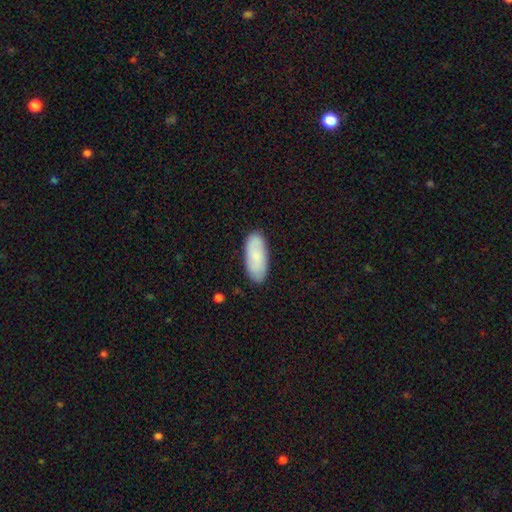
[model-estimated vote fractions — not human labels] Morphology: type=smooth (80%); roundness=in between (84%); merging=none (85%).